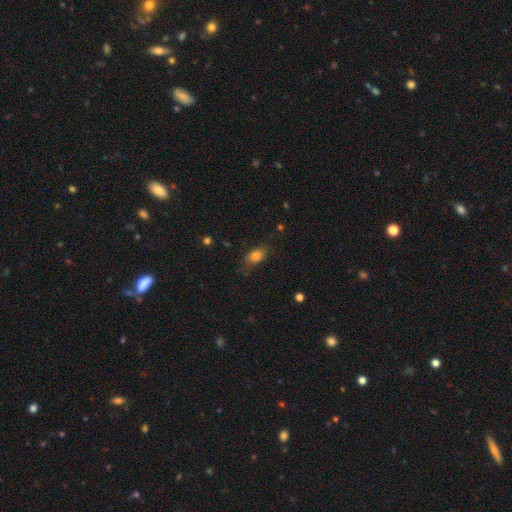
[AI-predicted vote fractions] A smooth galaxy with no disk features (80%) that is in between round and cigar-shaped (82%). Merging: none (68%).